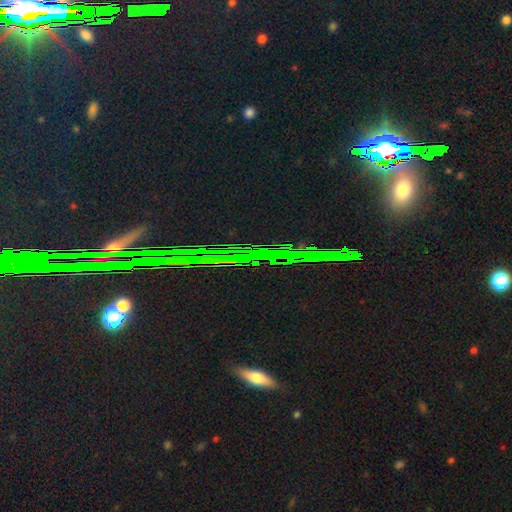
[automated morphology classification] The model was most divided on "smooth or featured": star or artifact: 81%, featured or disk: 11%, smooth: 8%.